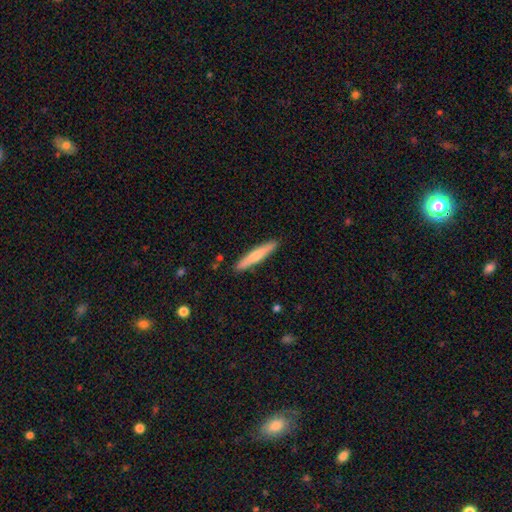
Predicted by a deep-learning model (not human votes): Smooth or featured?
  - smooth: 61% *
  - featured or disk: 34%
  - star or artifact: 5%
How rounded?
  - cigar-shaped: 93% *
  - in between: 6%
  - round: 1%
Merging?
  - none: 90% *
  - minor disturbance: 7%
  - major disturbance: 1%
  - merger: 1%